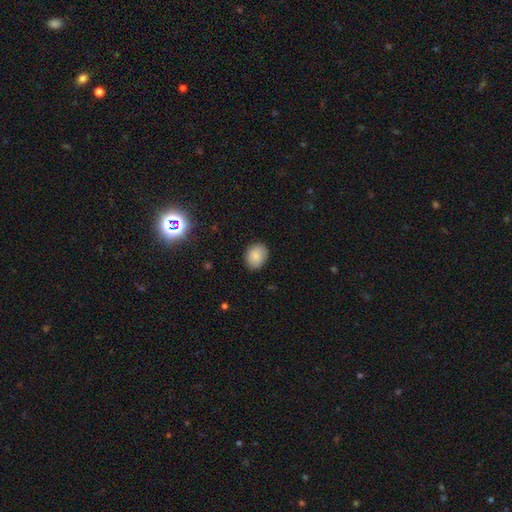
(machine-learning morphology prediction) Smooth or featured? smooth (87%)
How rounded? in between (59%)
Merging? none (86%)